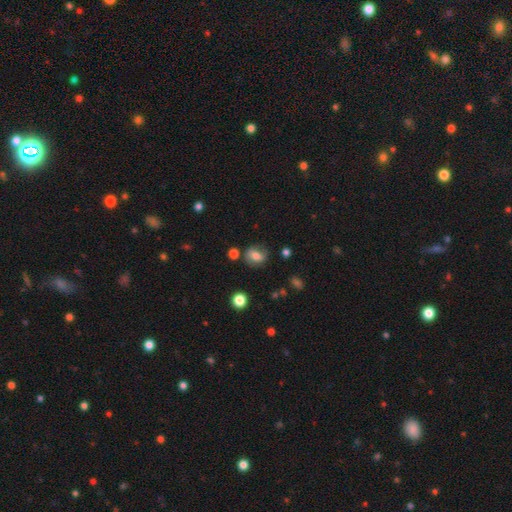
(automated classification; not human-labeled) This is likely a smooth galaxy (62%). How rounded: possibly round (59%). Merging: likely none (69%).